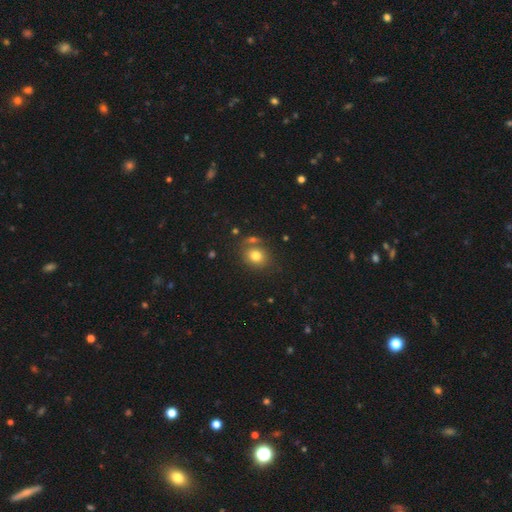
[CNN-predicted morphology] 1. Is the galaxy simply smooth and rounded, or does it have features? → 79% smooth, 11% star or artifact, 10% featured or disk.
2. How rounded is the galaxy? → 62% round, 37% in between, 1% cigar-shaped.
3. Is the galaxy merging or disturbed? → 66% none, 15% merger, 13% minor disturbance, 5% major disturbance.